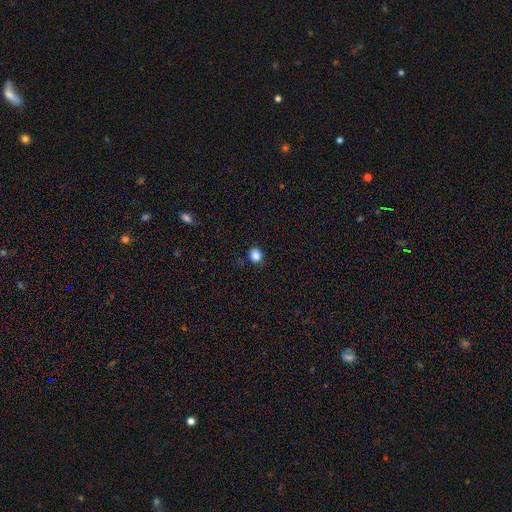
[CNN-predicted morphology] Smooth or featured?
  - smooth: 85% *
  - star or artifact: 11%
  - featured or disk: 4%
How rounded?
  - round: 79% *
  - in between: 20%
  - cigar-shaped: 1%
Merging?
  - none: 87% *
  - minor disturbance: 9%
  - major disturbance: 2%
  - merger: 1%